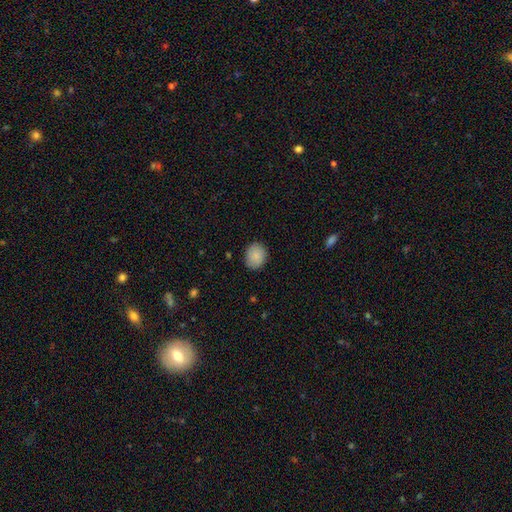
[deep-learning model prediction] smooth 89%, star or artifact 7%, featured or disk 4%. Down the decision tree: how rounded — round (61%); merging — none (88%).